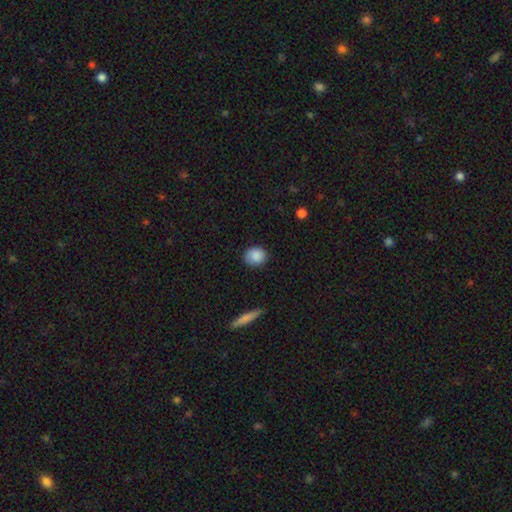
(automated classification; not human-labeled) The model was most divided on "how rounded": round: 67%, in between: 31%, cigar-shaped: 2%. More confident: smooth or featured — smooth (88%); merging — none (85%).